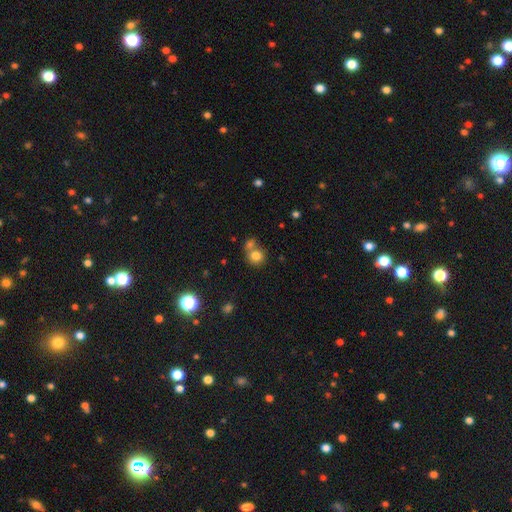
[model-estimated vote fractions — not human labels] The model was most divided on "merging": none: 47%, merger: 40%, minor disturbance: 9%, major disturbance: 4%. More confident: how rounded — round (79%); smooth or featured — smooth (78%).